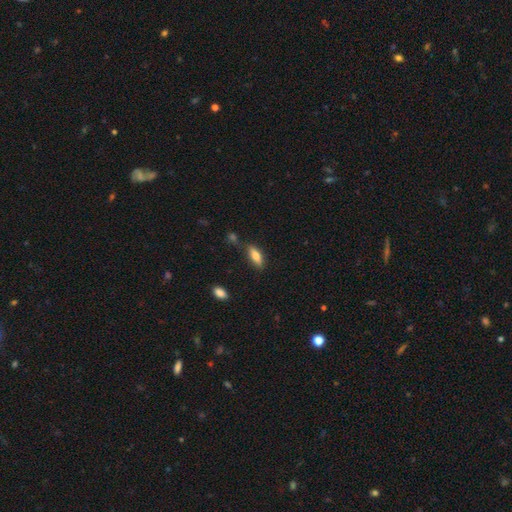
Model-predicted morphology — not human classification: This is likely a smooth galaxy (74%). How rounded: likely in between (66%). Merging: likely none (69%).